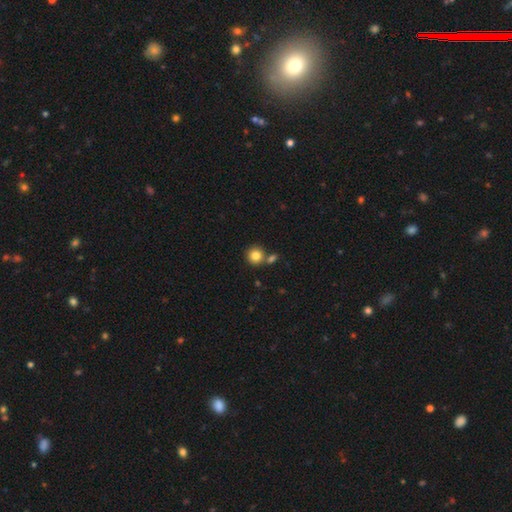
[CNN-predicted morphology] This is clearly a smooth galaxy (82%). How rounded: clearly round (91%). Merging: likely none (68%).